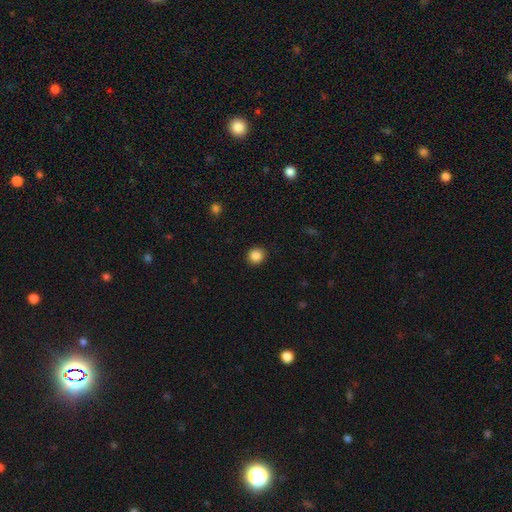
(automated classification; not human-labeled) Smooth or featured? Predicted: smooth (p=0.87). How rounded? Predicted: round (p=0.90). Merging? Predicted: none (p=0.92).